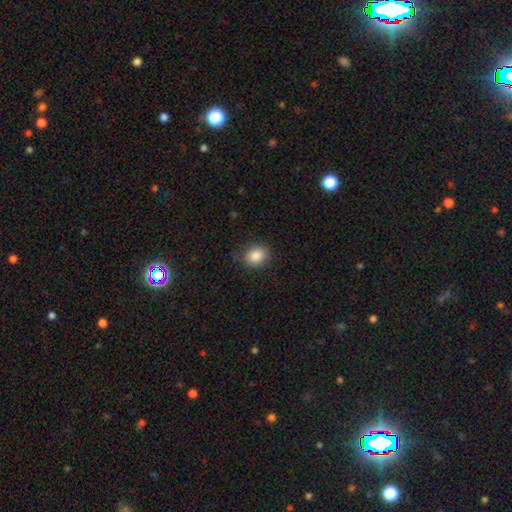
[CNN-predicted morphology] Smooth or featured? smooth (87%)
How rounded? round (58%)
Merging? none (81%)